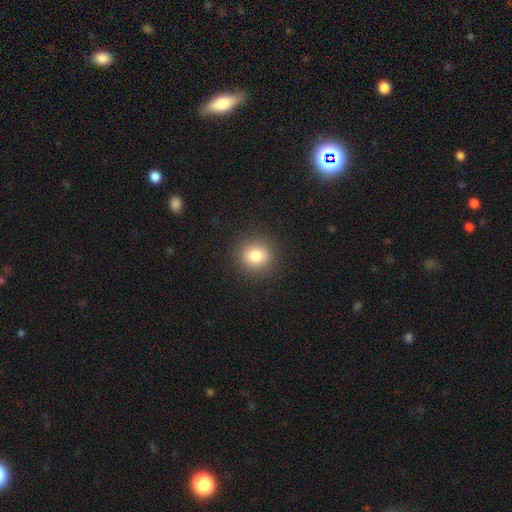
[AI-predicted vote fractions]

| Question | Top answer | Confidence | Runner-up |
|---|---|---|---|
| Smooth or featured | smooth | 81% | star or artifact (11%) |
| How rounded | round | 87% | in between (12%) |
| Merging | none | 90% | minor disturbance (7%) |